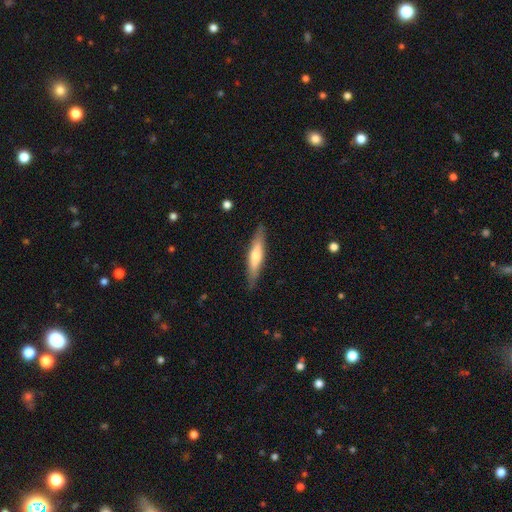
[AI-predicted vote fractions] Smooth or featured: smooth — 51% (featured or disk — 44%)
How rounded: cigar-shaped — 82% (in between — 17%)
Merging: none — 86% (minor disturbance — 11%)